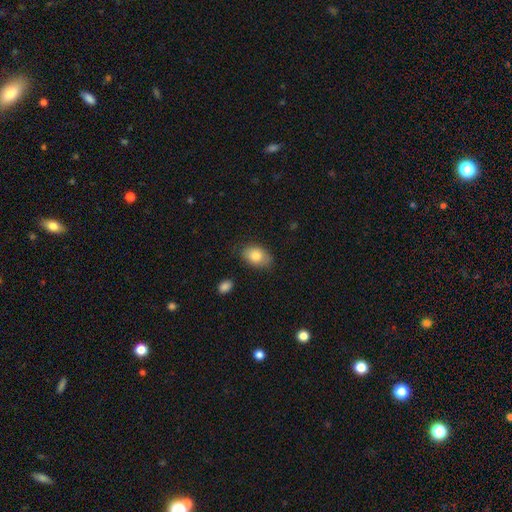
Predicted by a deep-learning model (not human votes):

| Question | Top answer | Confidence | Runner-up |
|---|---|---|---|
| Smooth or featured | smooth | 82% | featured or disk (11%) |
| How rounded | in between | 84% | round (15%) |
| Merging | none | 74% | minor disturbance (20%) |